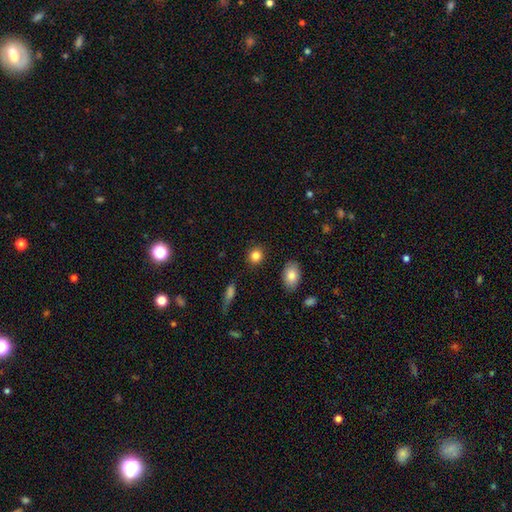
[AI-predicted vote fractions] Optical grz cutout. It shows a smooth galaxy with no disk features (85%) that is round (76%). Merging: none (89%).